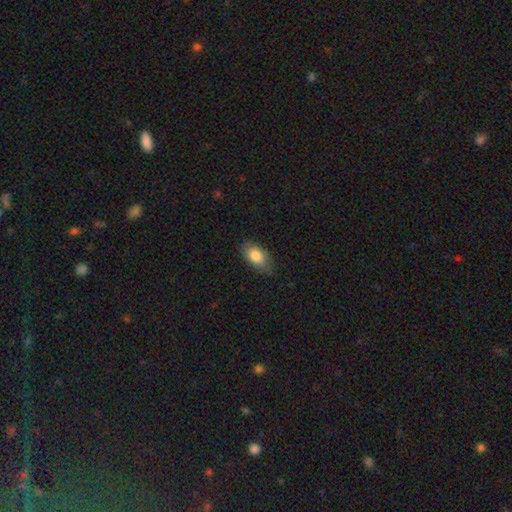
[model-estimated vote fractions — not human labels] The model was most divided on "merging": none: 73%, minor disturbance: 22%, major disturbance: 4%, merger: 1%. More confident: how rounded — in between (91%); smooth or featured — smooth (82%).